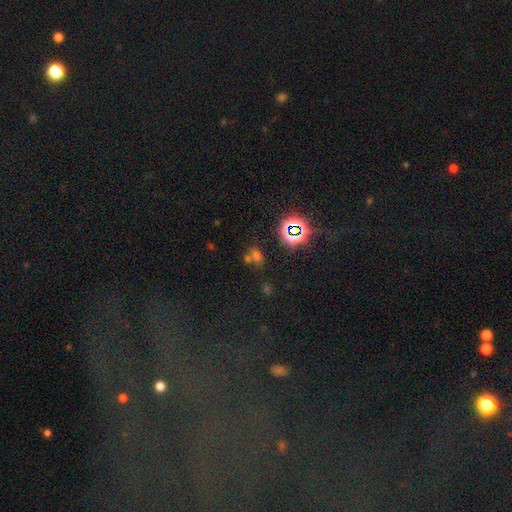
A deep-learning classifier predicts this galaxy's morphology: Overall: smooth (47%; star or artifact 43%). Merging: none (52%; merger 31%).